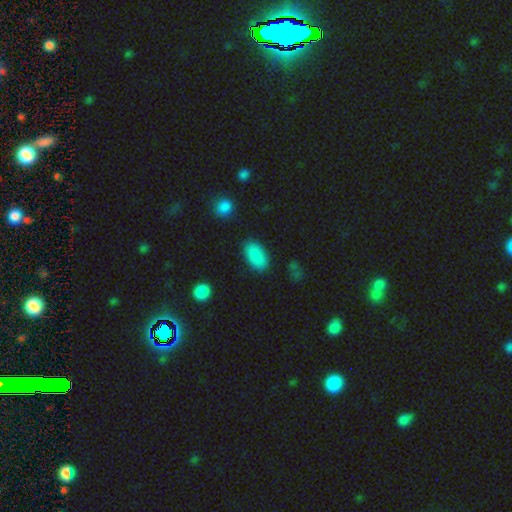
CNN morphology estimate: A smooth galaxy with no disk features (88%) that is in between round and cigar-shaped (93%).

Vote fractions:
- Smooth or featured? smooth: 88% / star or artifact: 8% / featured or disk: 4%
- How rounded? in between: 93% / round: 4% / cigar-shaped: 2%
- Merging? none: 86% / minor disturbance: 9% / major disturbance: 3% / merger: 2%